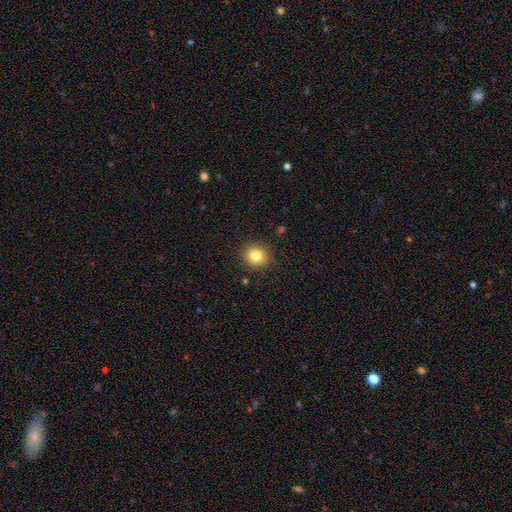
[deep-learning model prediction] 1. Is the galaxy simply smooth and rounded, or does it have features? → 81% smooth, 11% star or artifact, 8% featured or disk.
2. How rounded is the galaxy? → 89% round, 10% in between, 1% cigar-shaped.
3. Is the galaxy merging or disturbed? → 90% none, 6% minor disturbance, 2% major disturbance, 1% merger.